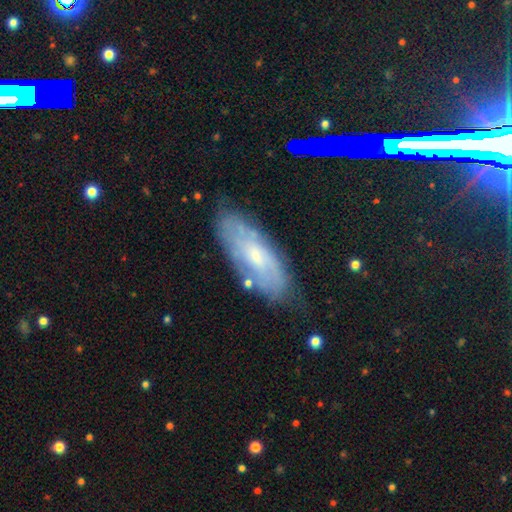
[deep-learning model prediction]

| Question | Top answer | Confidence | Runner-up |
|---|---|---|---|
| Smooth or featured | featured or disk | 52% | smooth (38%) |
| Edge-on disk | no | 79% | yes (21%) |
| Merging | none | 75% | minor disturbance (18%) |